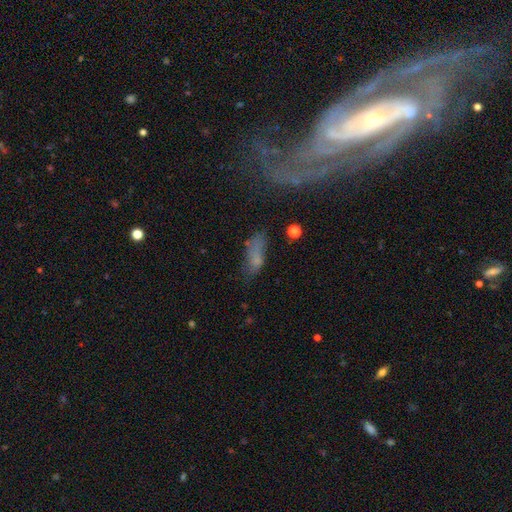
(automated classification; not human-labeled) A smooth galaxy with no disk features (61%) that is in between round and cigar-shaped (64%). Merging: none (42%).